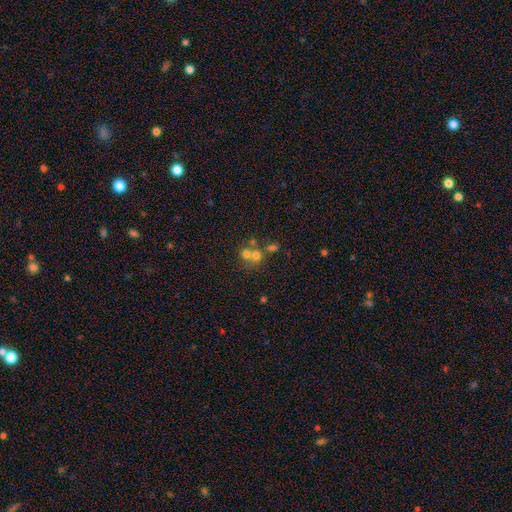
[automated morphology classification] type=smooth (59%); roundness=round (83%); merging=merger (52%).